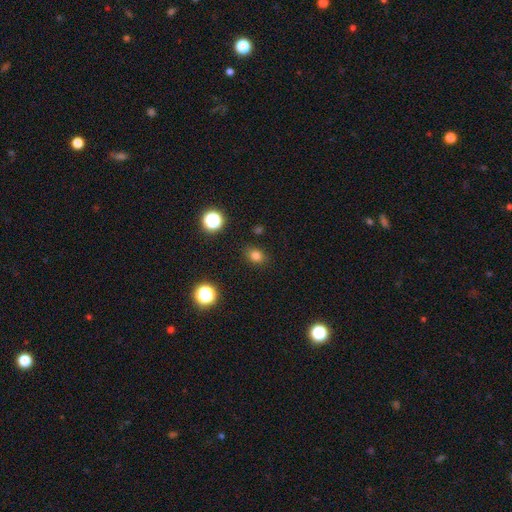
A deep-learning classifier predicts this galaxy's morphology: type=smooth (78%); roundness=in between (51%); merging=none (86%).